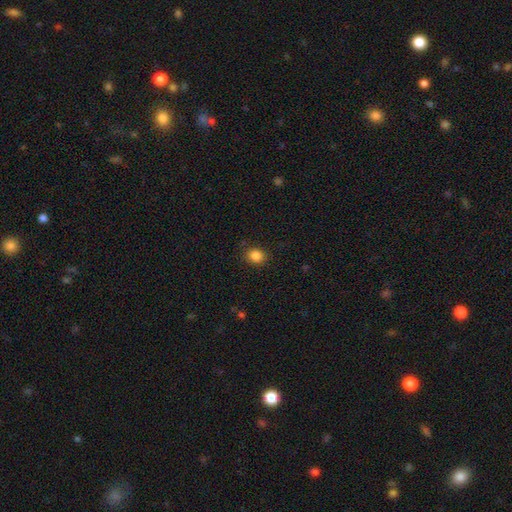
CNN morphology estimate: type=smooth (85%); roundness=round (70%); merging=none (87%).